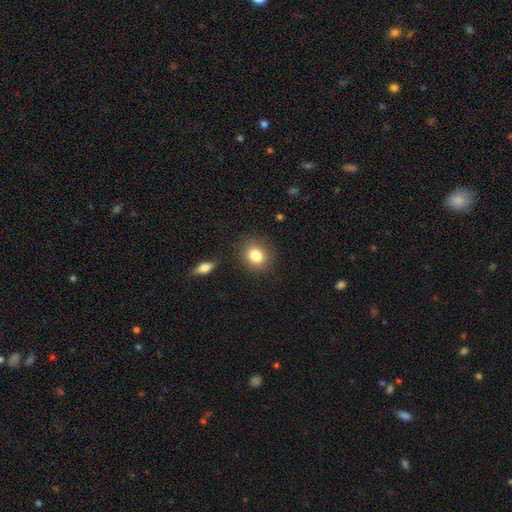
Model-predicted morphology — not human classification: Smooth or featured: smooth — 82% (star or artifact — 10%)
How rounded: round — 68% (in between — 30%)
Merging: none — 86% (minor disturbance — 9%)